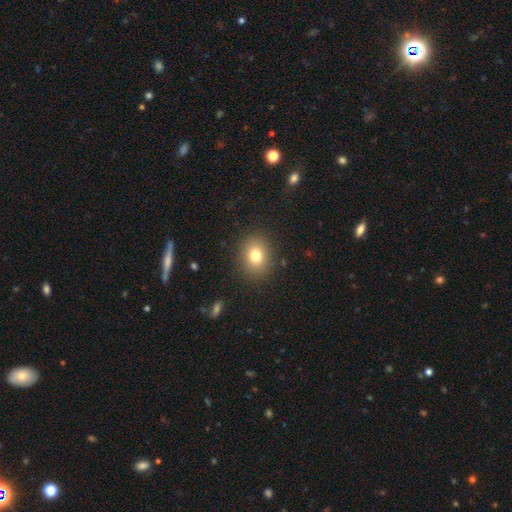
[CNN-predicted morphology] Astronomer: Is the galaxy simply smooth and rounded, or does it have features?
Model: smooth — 78%.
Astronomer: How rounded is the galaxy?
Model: round — 59% (runner-up: in between, 40%).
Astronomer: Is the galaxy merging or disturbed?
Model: none — 88%.